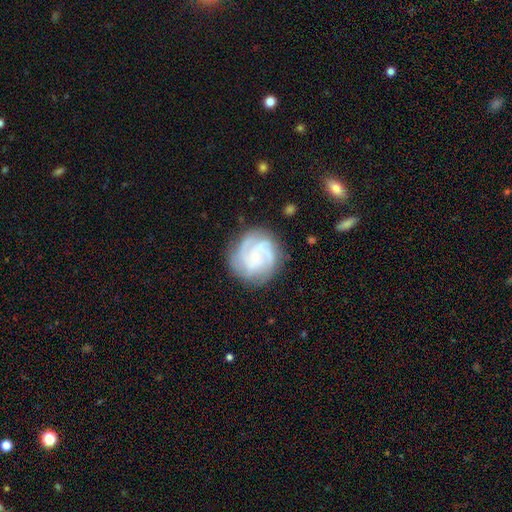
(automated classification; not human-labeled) The model was most divided on "spiral winding": tight: 58%, medium: 35%, loose: 7%. Remaining: edge-on disk — no (98%); spiral arms — yes (96%); smooth or featured — featured or disk (82%); merging — none (77%); bulge size — small (72%); bar — no (66%); spiral arm count — 3 (42%).